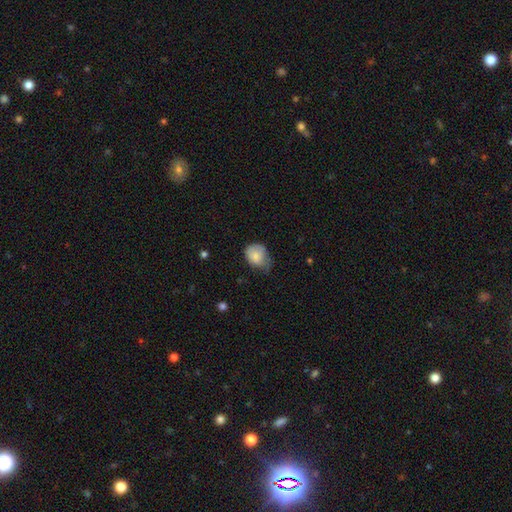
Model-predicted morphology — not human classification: Smooth or featured? smooth (78%)
How rounded? in between (50%)
Merging? minor disturbance (47%)